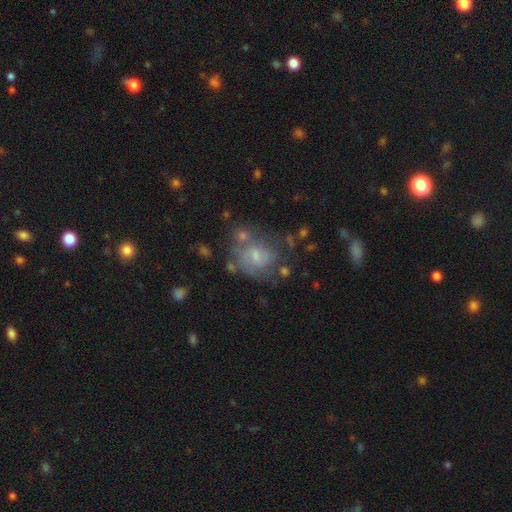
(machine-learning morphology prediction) Smooth or featured: featured or disk — 53% (smooth — 36%)
Edge-on disk: no — 97% (yes — 3%)
Bar: no — 56% (weak — 38%)
Spiral arms: yes — 68% (no — 32%)
Bulge size: small — 50% (moderate — 38%)
Merging: none — 47% (minor disturbance — 23%)